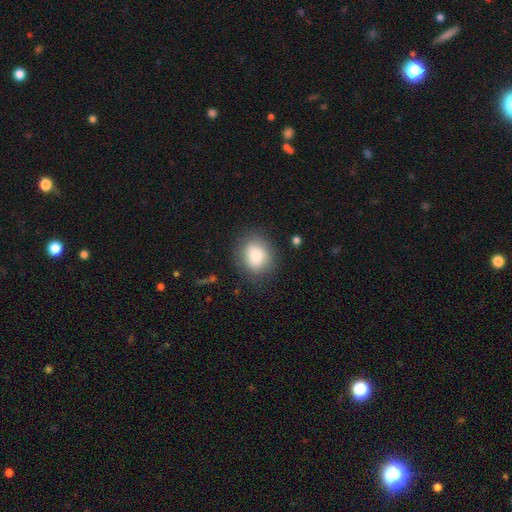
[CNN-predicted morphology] This is clearly a smooth galaxy (84%). How rounded: possibly round (59%). Merging: likely none (80%).